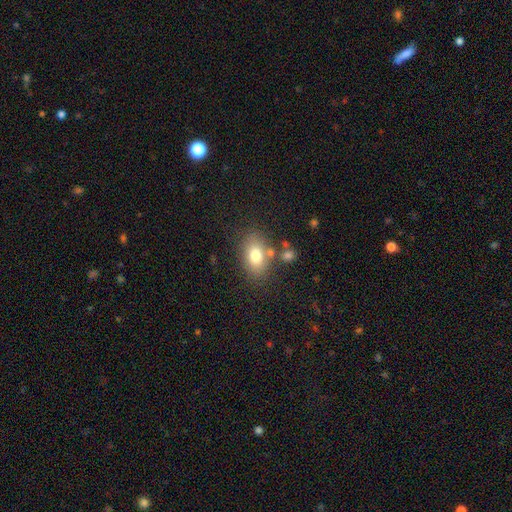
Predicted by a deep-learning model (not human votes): smooth 75%, featured or disk 15%, star or artifact 10%. Down the decision tree: how rounded — in between (82%); merging — none (70%).